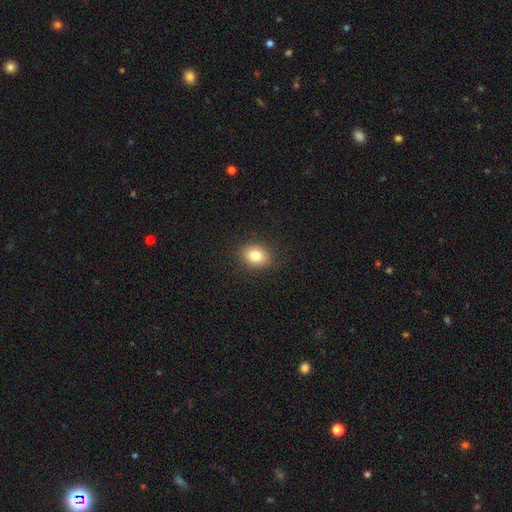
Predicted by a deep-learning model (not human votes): The model was most divided on "how rounded": in between: 57%, round: 42%, cigar-shaped: 1%. More confident: merging — none (89%); smooth or featured — smooth (81%).